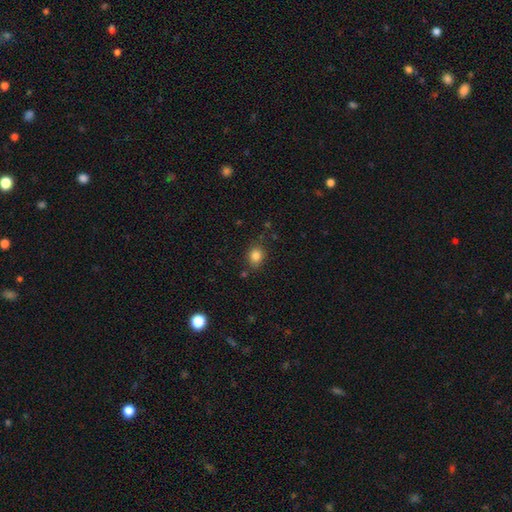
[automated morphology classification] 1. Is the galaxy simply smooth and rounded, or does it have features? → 83% smooth, 11% star or artifact, 6% featured or disk.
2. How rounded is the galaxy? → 53% round, 46% in between, 1% cigar-shaped.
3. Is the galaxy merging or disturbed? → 78% none, 15% minor disturbance, 4% major disturbance, 4% merger.